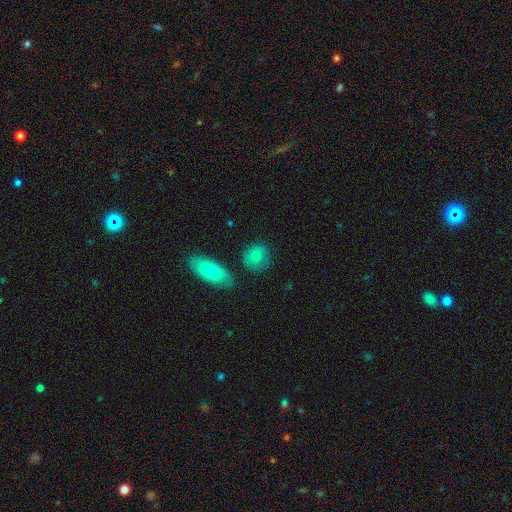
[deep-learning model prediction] smooth 75%, featured or disk 18%, star or artifact 7%. Down the decision tree: how rounded — round (75%); merging — none (71%).